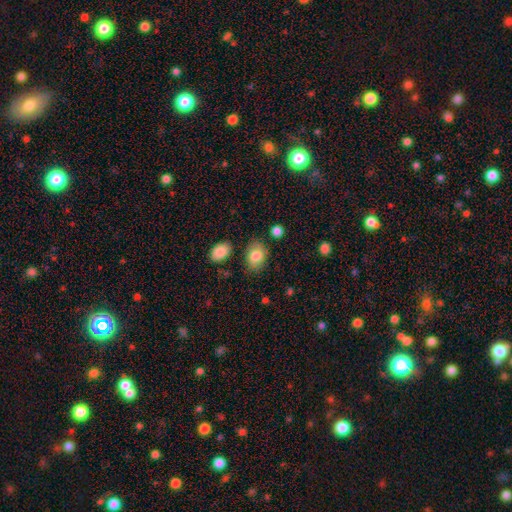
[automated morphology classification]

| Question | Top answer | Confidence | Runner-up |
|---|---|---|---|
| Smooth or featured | smooth | 82% | featured or disk (11%) |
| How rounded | in between | 81% | round (18%) |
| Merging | none | 76% | minor disturbance (16%) |